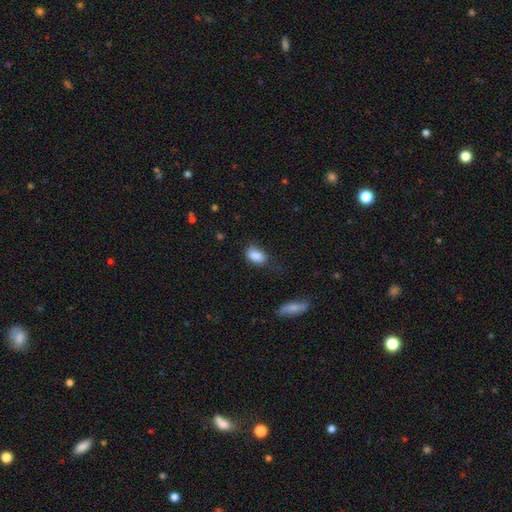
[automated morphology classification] smooth_or_featured: smooth (p=0.86) [alt: star or artifact p=0.08]
how_rounded: in between (p=0.88) [alt: round p=0.09]
merging: none (p=0.62) [alt: minor disturbance p=0.27]